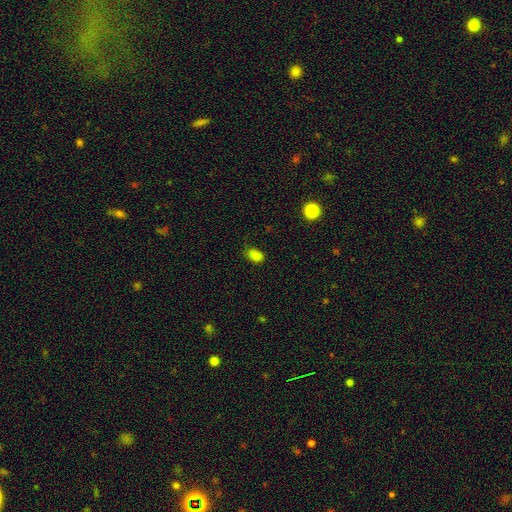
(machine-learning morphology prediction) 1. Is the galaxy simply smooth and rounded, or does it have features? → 82% smooth, 13% star or artifact, 5% featured or disk.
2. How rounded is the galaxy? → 80% in between, 18% round, 2% cigar-shaped.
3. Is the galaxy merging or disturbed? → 70% none, 23% minor disturbance, 5% major disturbance, 2% merger.